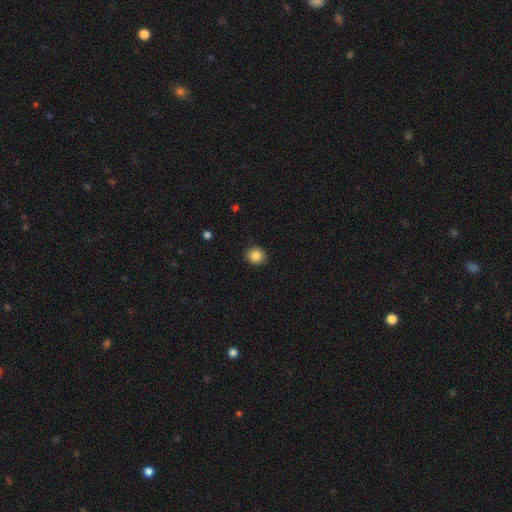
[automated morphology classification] Smooth or featured: smooth — 86% (star or artifact — 10%)
How rounded: round — 87% (in between — 12%)
Merging: none — 91% (minor disturbance — 6%)